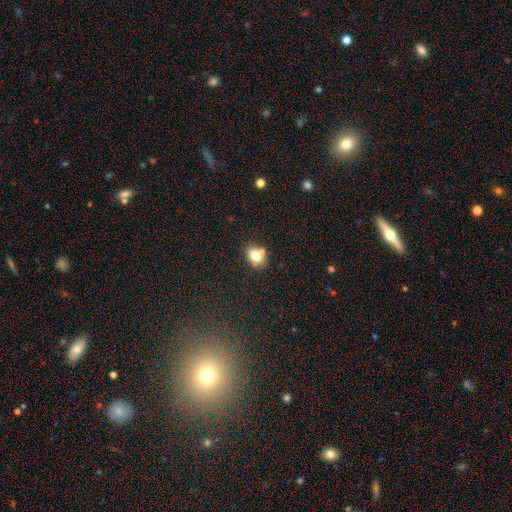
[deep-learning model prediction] Overall: smooth (77%). How rounded: in between (51%; round 48%). Merging: none (63%).